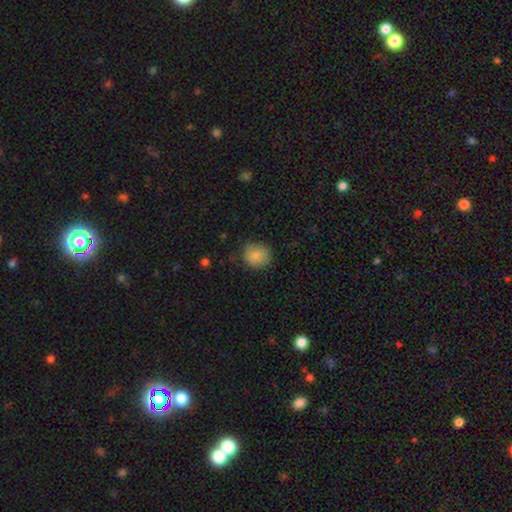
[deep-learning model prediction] smooth_or_featured: smooth (p=0.86) [alt: star or artifact p=0.08]
how_rounded: round (p=0.86) [alt: in between p=0.13]
merging: none (p=0.76) [alt: minor disturbance p=0.19]